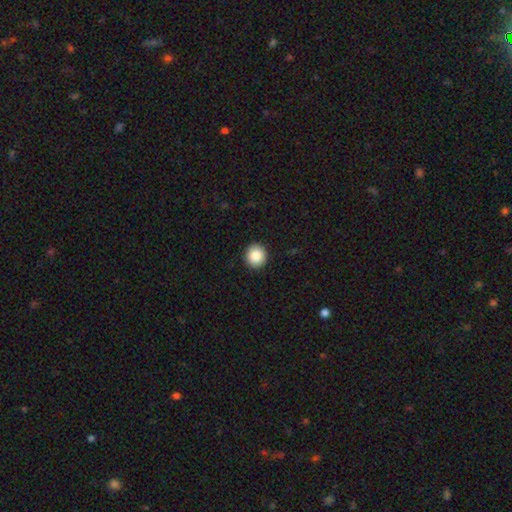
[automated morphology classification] Overall: smooth (87%). How rounded: round (90%). Merging: none (93%).